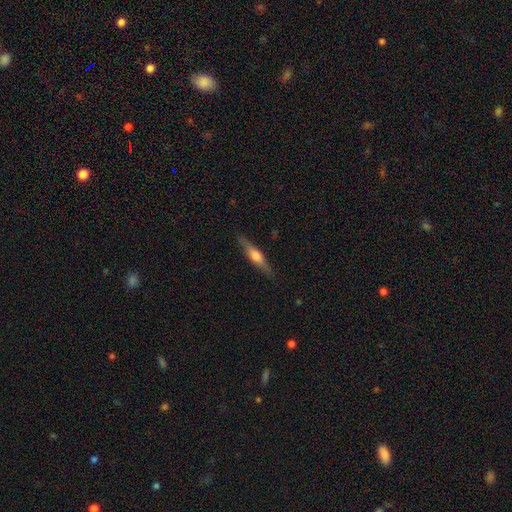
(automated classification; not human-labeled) Smooth or featured?
  - featured or disk: 59% *
  - smooth: 35%
  - star or artifact: 6%
Edge-on disk?
  - yes: 96% *
  - no: 4%
Edge-on bulge?
  - rounded: 88% *
  - boxy: 9%
  - none: 4%
Merging?
  - none: 88% *
  - minor disturbance: 9%
  - major disturbance: 2%
  - merger: 1%